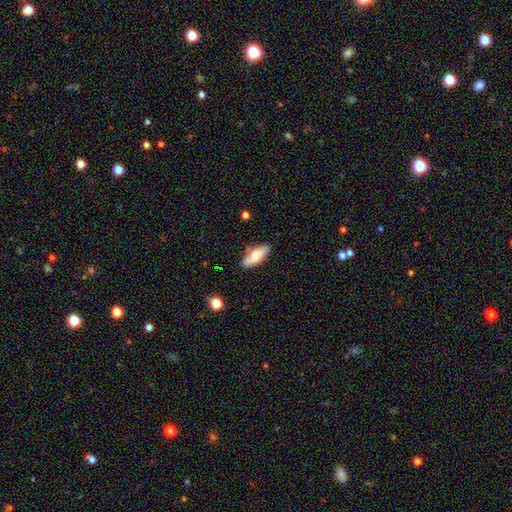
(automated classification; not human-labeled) smooth_or_featured: smooth (p=0.65) [alt: featured or disk p=0.29]
how_rounded: in between (p=0.80) [alt: cigar-shaped p=0.17]
merging: none (p=0.77) [alt: minor disturbance p=0.17]